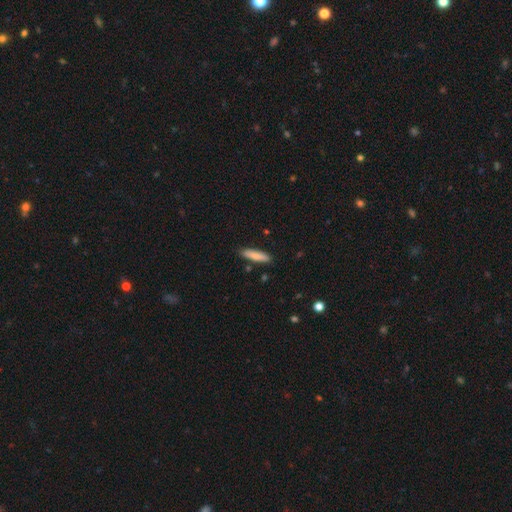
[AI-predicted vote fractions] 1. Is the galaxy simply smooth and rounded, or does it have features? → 83% smooth, 11% featured or disk, 6% star or artifact.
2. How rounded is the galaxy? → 79% cigar-shaped, 19% in between, 1% round.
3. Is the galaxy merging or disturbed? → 86% none, 10% minor disturbance, 2% merger, 2% major disturbance.